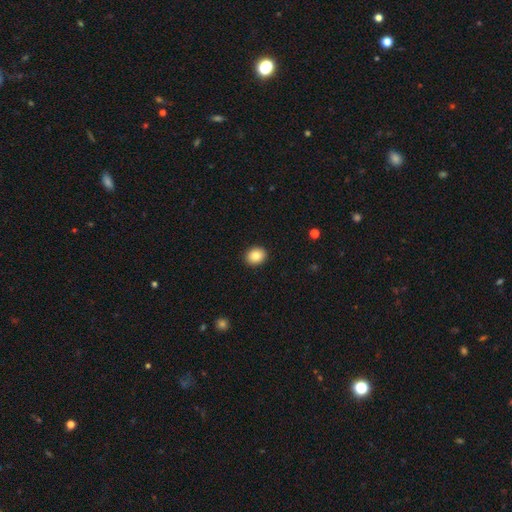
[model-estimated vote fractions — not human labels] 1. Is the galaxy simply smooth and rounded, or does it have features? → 85% smooth, 8% star or artifact, 6% featured or disk.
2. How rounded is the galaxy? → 56% round, 43% in between, 1% cigar-shaped.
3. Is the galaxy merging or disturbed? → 91% none, 6% minor disturbance, 2% major disturbance, 1% merger.